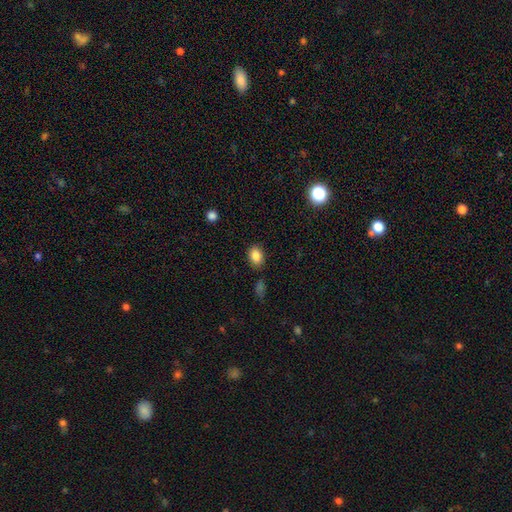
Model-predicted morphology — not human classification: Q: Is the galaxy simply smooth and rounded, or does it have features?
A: smooth — 85%.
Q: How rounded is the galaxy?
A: in between — 75%.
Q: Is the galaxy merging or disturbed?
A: none — 83%.